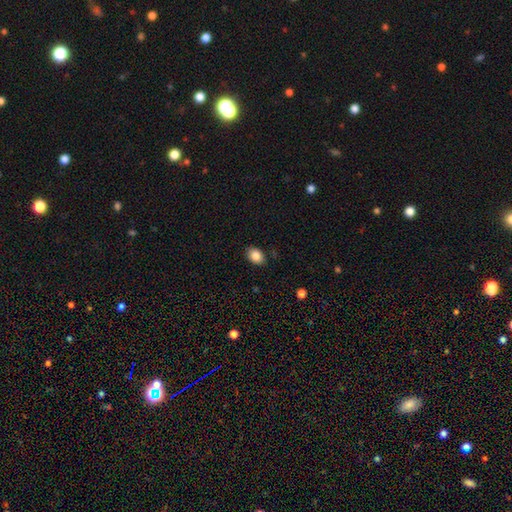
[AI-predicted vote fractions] A smooth galaxy with no disk features (86%) that is in between round and cigar-shaped (78%).

Vote fractions:
- Smooth or featured? smooth: 86% / star or artifact: 9% / featured or disk: 5%
- How rounded? in between: 78% / round: 21% / cigar-shaped: 1%
- Merging? none: 85% / minor disturbance: 12% / major disturbance: 3% / merger: 1%